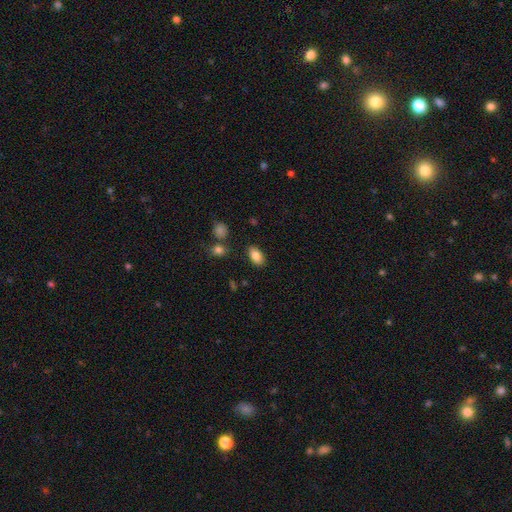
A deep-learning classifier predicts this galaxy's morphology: smooth-or-featured: smooth: 84% | star or artifact: 8% | featured or disk: 8%
  how-rounded: in between: 90% | round: 8% | cigar-shaped: 2%
  merging: none: 85% | minor disturbance: 10% | merger: 3% | major disturbance: 3%